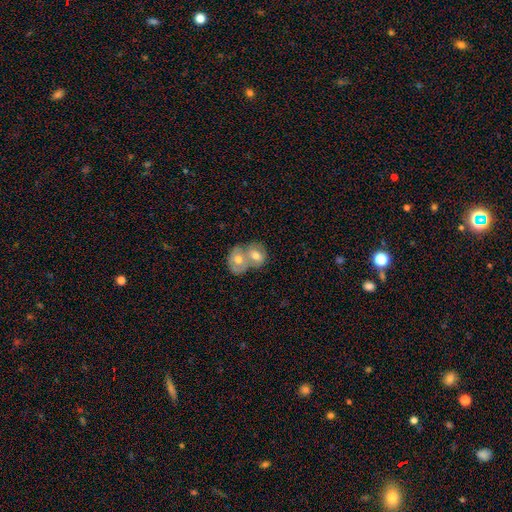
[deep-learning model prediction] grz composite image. It shows a smooth galaxy with no disk features (62%) that is in between round and cigar-shaped (50%). Merging: merger (76%).